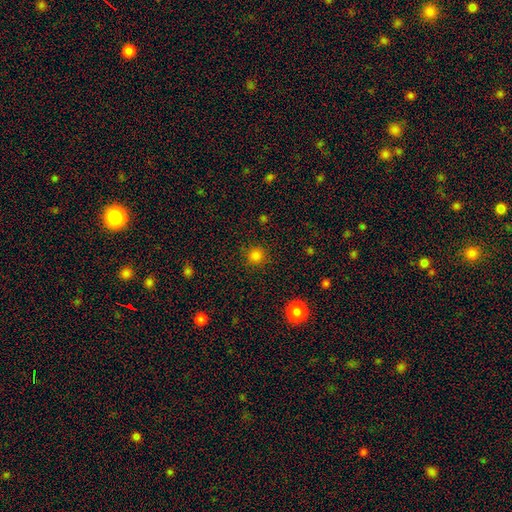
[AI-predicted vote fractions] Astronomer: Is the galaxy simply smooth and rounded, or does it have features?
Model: smooth — 82%.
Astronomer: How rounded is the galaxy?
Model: round — 93%.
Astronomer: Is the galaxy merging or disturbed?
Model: none — 89%.